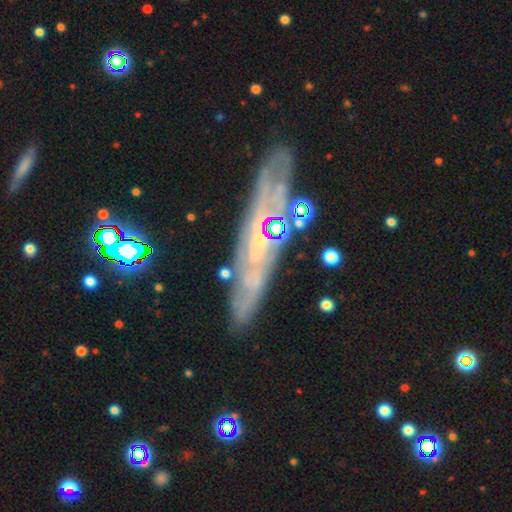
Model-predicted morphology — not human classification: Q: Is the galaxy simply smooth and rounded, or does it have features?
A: featured or disk — 74%.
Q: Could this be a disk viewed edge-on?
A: no — 58%.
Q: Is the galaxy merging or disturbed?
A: none — 77%.